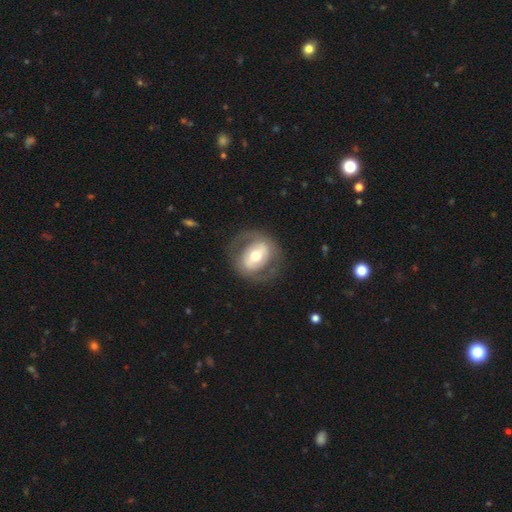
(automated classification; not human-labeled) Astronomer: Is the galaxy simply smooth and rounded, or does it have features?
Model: featured or disk — 61%.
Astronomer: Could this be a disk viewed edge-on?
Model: no — 95%.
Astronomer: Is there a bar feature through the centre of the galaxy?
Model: no — 39% (runner-up: weak, 32%).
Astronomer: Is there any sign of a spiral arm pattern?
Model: no — 57% (runner-up: yes, 43%).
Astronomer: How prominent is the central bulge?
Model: moderate — 70%.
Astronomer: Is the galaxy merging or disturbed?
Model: none — 74%.